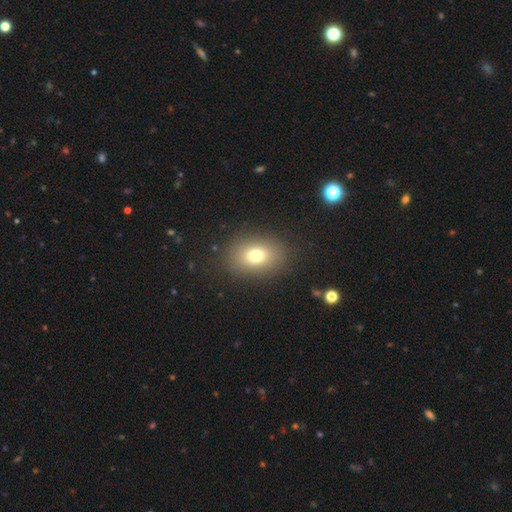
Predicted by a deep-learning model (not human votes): The model was most divided on "how rounded": in between: 65%, round: 34%, cigar-shaped: 1%. More confident: merging — none (87%); smooth or featured — smooth (74%).